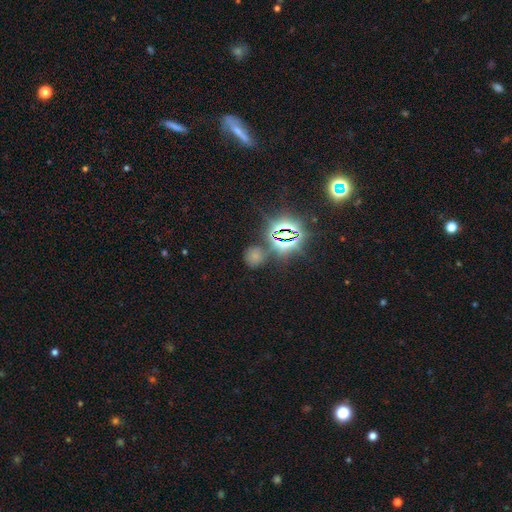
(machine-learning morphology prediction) Smooth or featured? Predicted: smooth (p=0.48). Merging? Predicted: none (p=0.72).